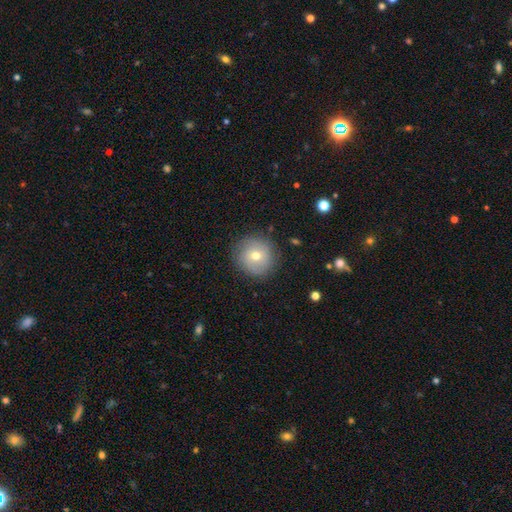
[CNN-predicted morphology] type=smooth (65%); roundness=round (94%); merging=none (85%).